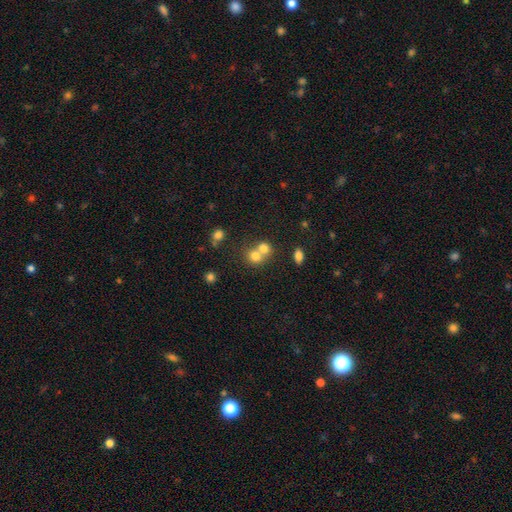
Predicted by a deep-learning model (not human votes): Smooth or featured? Predicted: smooth (p=0.74). How rounded? Predicted: round (p=0.78). Merging? Predicted: merger (p=0.56).